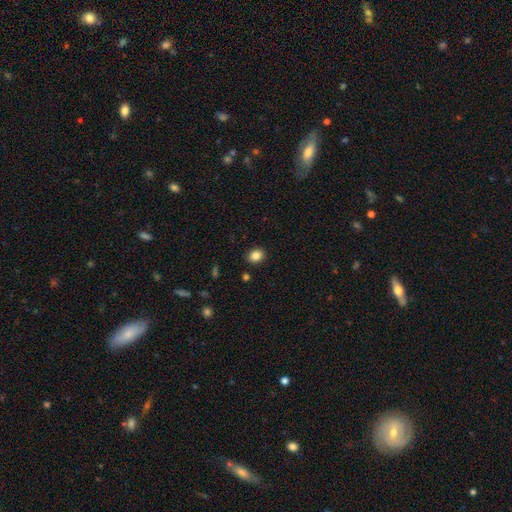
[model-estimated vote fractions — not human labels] Smooth or featured? smooth (85%)
How rounded? round (52%)
Merging? none (90%)